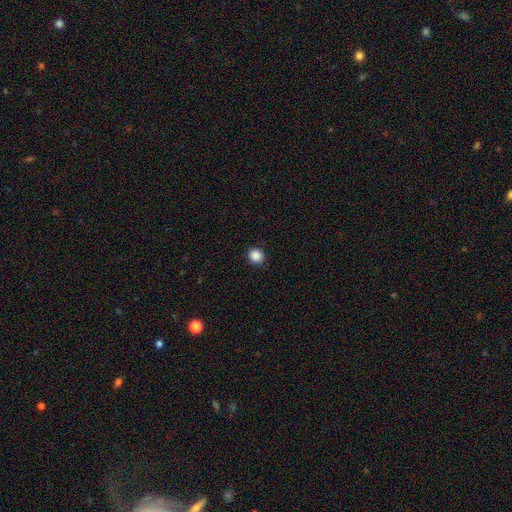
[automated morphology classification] Overall: smooth (88%). How rounded: round (89%). Merging: none (91%).